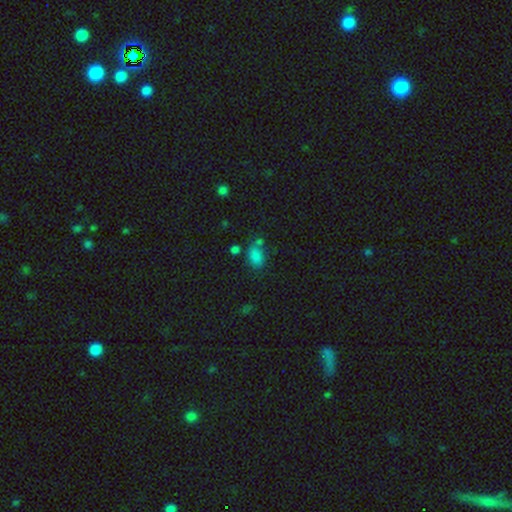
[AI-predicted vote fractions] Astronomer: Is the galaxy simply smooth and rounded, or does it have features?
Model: smooth — 78%.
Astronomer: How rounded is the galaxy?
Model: in between — 82%.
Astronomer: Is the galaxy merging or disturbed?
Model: none — 59%.